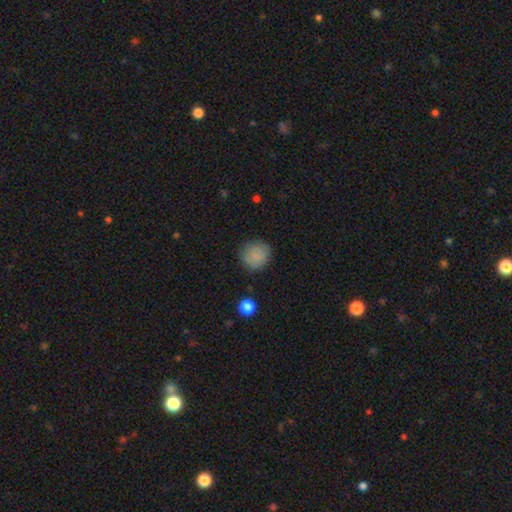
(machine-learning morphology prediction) Smooth or featured: smooth — 83% (star or artifact — 9%)
How rounded: round — 87% (in between — 12%)
Merging: none — 83% (minor disturbance — 12%)